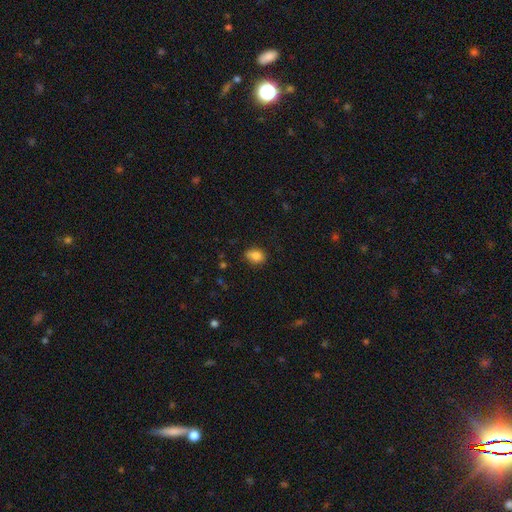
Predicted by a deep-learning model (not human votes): A smooth galaxy with no disk features (83%) that is in between round and cigar-shaped (58%).

Vote fractions:
- Smooth or featured? smooth: 83% / star or artifact: 10% / featured or disk: 7%
- How rounded? in between: 58% / round: 41% / cigar-shaped: 1%
- Merging? none: 68% / minor disturbance: 24% / major disturbance: 5% / merger: 3%